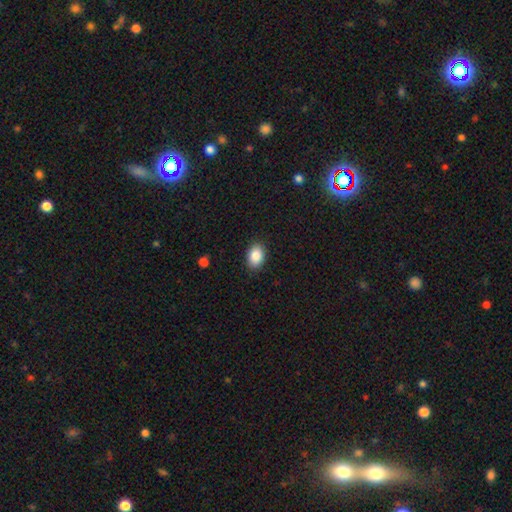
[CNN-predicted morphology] This is clearly a smooth galaxy (88%). How rounded: clearly in between (84%). Merging: clearly none (89%).